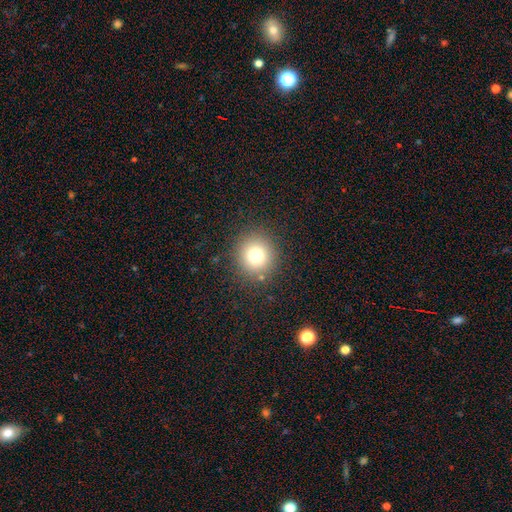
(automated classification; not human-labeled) Smooth or featured?
  - smooth: 77% *
  - star or artifact: 14%
  - featured or disk: 9%
How rounded?
  - round: 91% *
  - in between: 8%
  - cigar-shaped: 1%
Merging?
  - none: 88% *
  - minor disturbance: 7%
  - major disturbance: 3%
  - merger: 2%